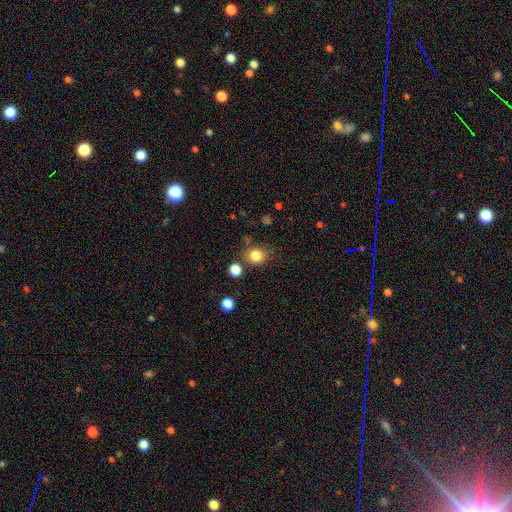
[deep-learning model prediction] Smooth or featured? smooth (82%)
How rounded? round (74%)
Merging? none (75%)